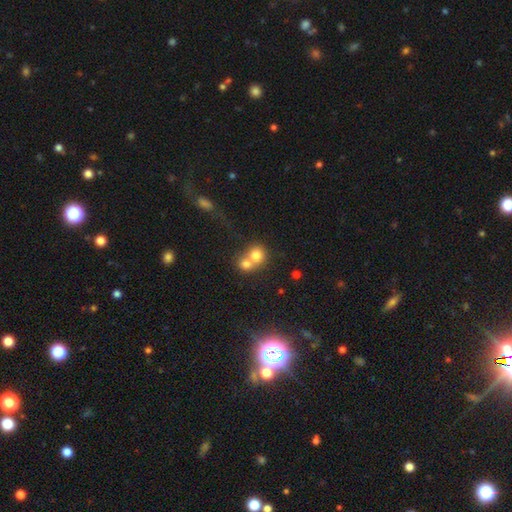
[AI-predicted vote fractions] Overall: smooth (73%). How rounded: round (79%). Merging: merger (67%).